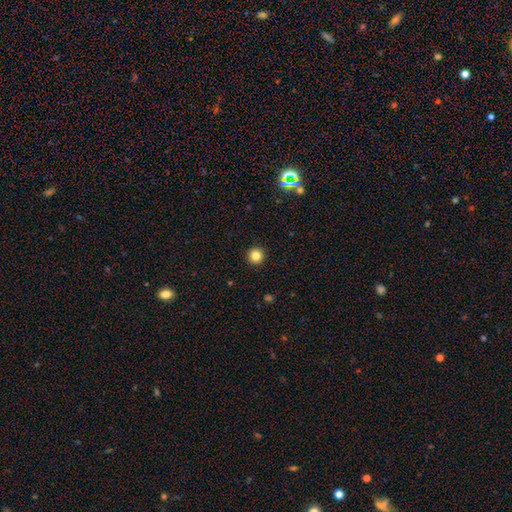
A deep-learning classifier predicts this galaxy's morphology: Smooth or featured?
  - smooth: 84% *
  - star or artifact: 12%
  - featured or disk: 5%
How rounded?
  - round: 96% *
  - in between: 3%
  - cigar-shaped: 1%
Merging?
  - none: 94% *
  - minor disturbance: 4%
  - major disturbance: 1%
  - merger: 1%